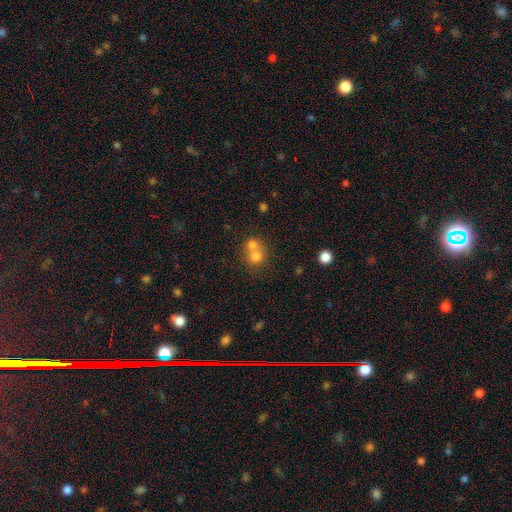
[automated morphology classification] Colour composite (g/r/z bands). It shows a smooth galaxy with no disk features (73%) that is round (79%). Merging: merger (59%).